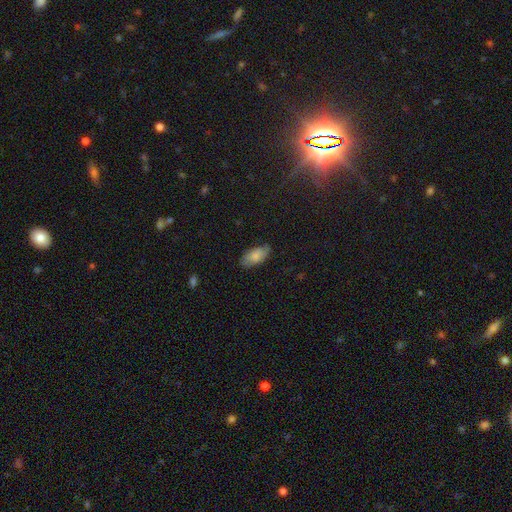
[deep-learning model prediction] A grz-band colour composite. It shows a smooth galaxy with no disk features (78%) that is in between round and cigar-shaped (91%). Merging: none (79%).